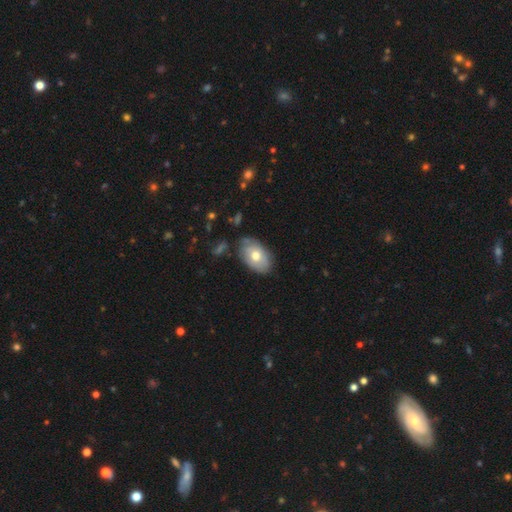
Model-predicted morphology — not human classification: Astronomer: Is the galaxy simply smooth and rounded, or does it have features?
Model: smooth — 63%.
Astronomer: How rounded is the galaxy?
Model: in between — 90%.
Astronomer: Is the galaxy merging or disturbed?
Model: none — 73%.